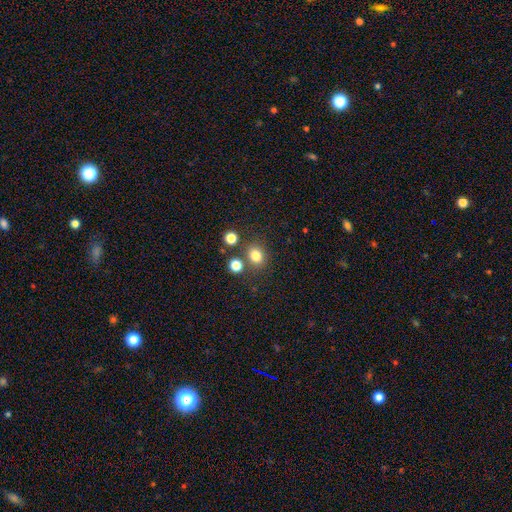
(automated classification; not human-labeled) Smooth or featured? smooth (80%)
How rounded? round (62%)
Merging? none (74%)